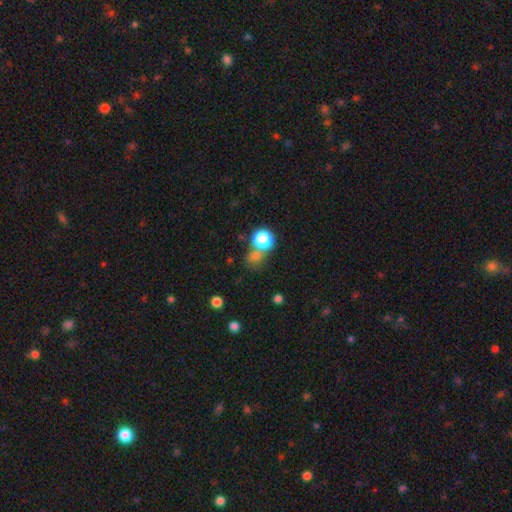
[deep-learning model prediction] Morphology: type=smooth (68%); roundness=round (73%); merging=none (53%).